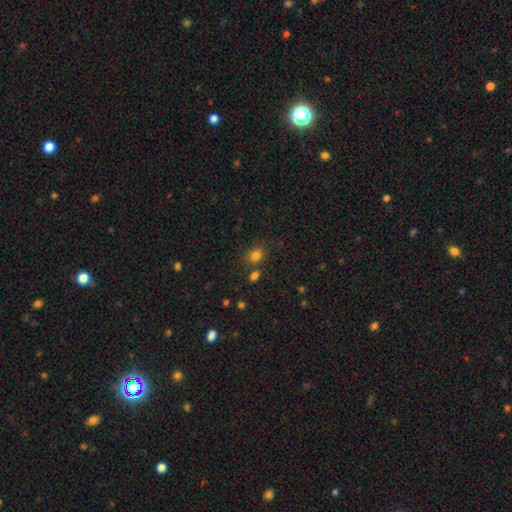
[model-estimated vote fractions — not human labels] A smooth galaxy with no disk features (79%) that is in between round and cigar-shaped (56%). Merging: none (67%).